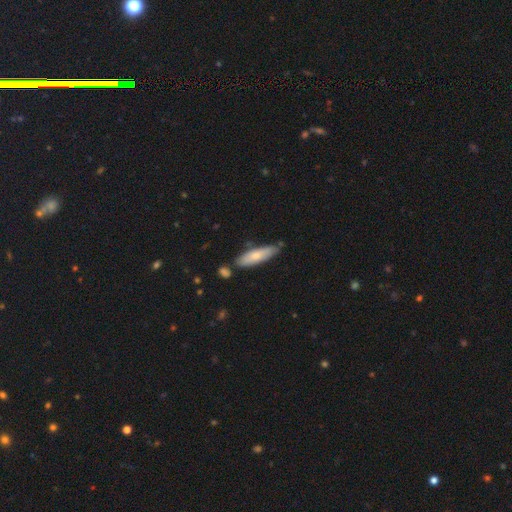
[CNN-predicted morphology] type=smooth (71%); roundness=cigar-shaped (63%); merging=none (71%).